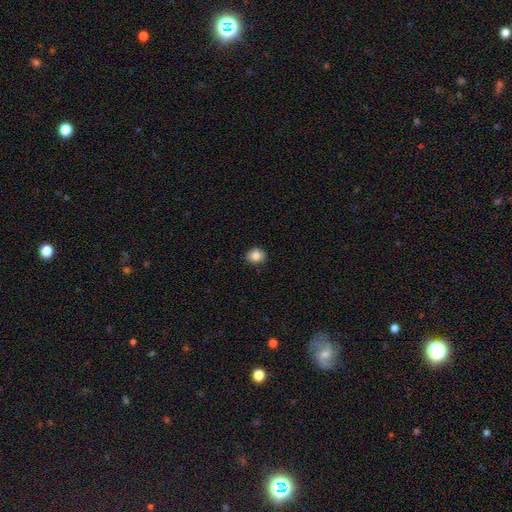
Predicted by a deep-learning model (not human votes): Smooth or featured? Predicted: smooth (p=0.83). How rounded? Predicted: round (p=0.71). Merging? Predicted: none (p=0.86).